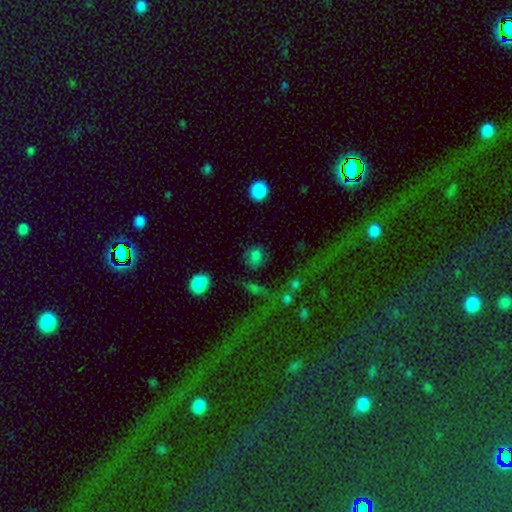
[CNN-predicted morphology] smooth-or-featured: smooth: 61% | star or artifact: 25% | featured or disk: 14%
  how-rounded: round: 57% | in between: 39% | cigar-shaped: 5%
  merging: none: 63% | minor disturbance: 15% | major disturbance: 12% | merger: 10%